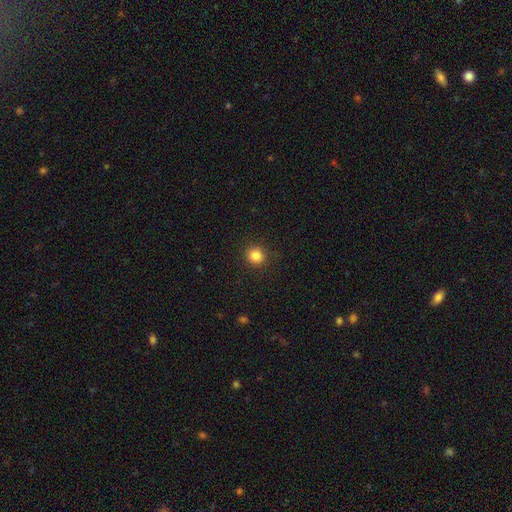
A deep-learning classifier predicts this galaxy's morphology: Q: Smooth or featured?
A: smooth (84%); runner-up: star or artifact (11%)
Q: How rounded?
A: round (92%); runner-up: in between (7%)
Q: Merging?
A: none (91%); runner-up: minor disturbance (6%)